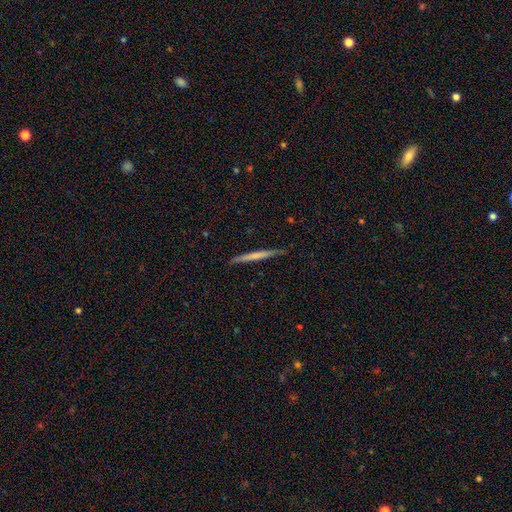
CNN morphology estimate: Q: Smooth or featured?
A: smooth (53%); runner-up: featured or disk (41%)
Q: How rounded?
A: cigar-shaped (97%); runner-up: in between (2%)
Q: Merging?
A: none (88%); runner-up: minor disturbance (9%)